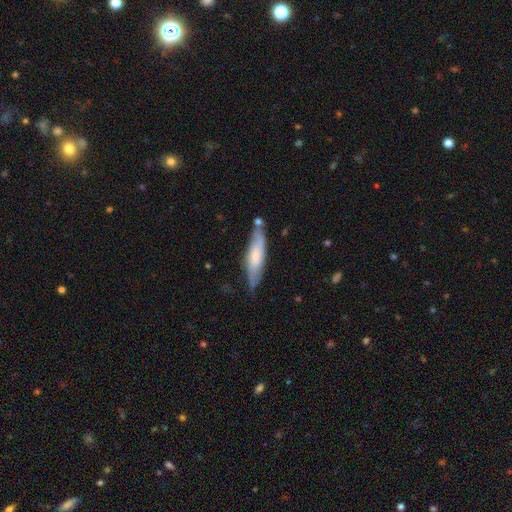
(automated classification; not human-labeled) A smooth galaxy with no disk features (56%) that is cigar-shaped (71%). Merging: none (69%).